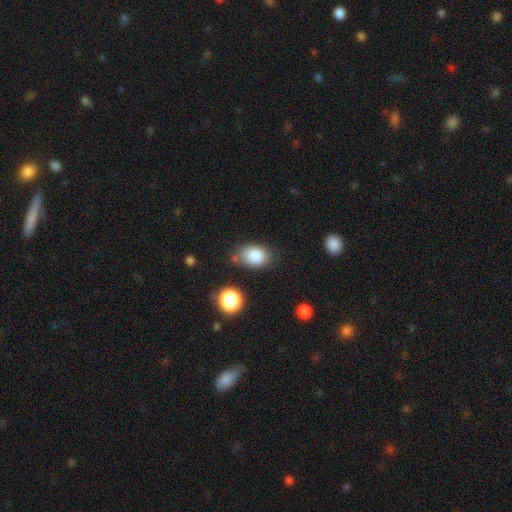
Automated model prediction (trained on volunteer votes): smooth 84%, star or artifact 9%, featured or disk 7%. Down the decision tree: how rounded — in between (77%); merging — none (64%).